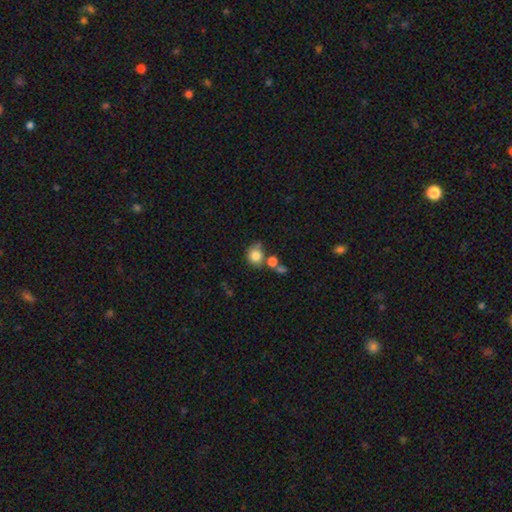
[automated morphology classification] This appears to be a smooth galaxy with no disk features (82%) that is round (77%). Merging: none (53%).